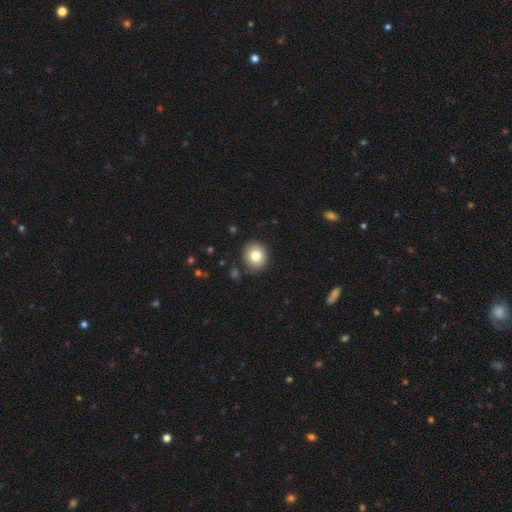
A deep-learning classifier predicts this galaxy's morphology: Q: Smooth or featured?
A: smooth (80%); runner-up: star or artifact (10%)
Q: How rounded?
A: round (83%); runner-up: in between (16%)
Q: Merging?
A: none (88%); runner-up: minor disturbance (8%)